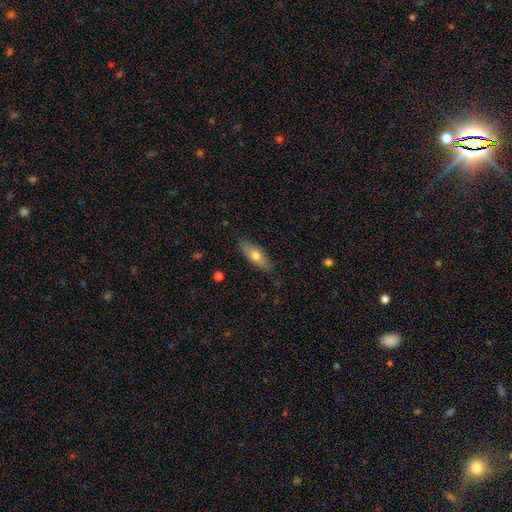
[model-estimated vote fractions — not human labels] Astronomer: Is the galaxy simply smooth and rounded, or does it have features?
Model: smooth — 62%.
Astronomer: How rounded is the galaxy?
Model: in between — 56% (runner-up: cigar-shaped, 41%).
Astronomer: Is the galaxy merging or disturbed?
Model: none — 83%.